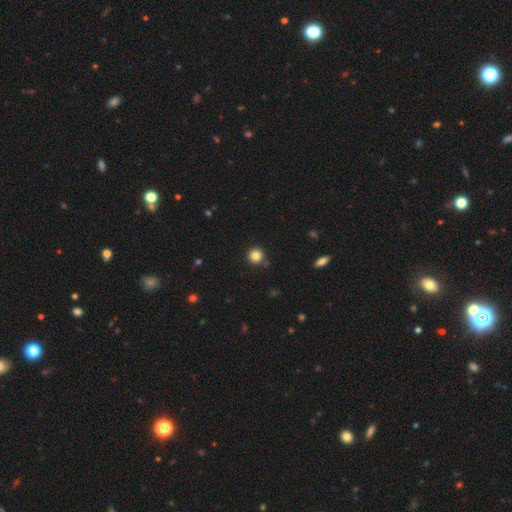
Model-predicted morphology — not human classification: Smooth or featured? Predicted: smooth (p=0.83). How rounded? Predicted: round (p=0.94). Merging? Predicted: none (p=0.85).